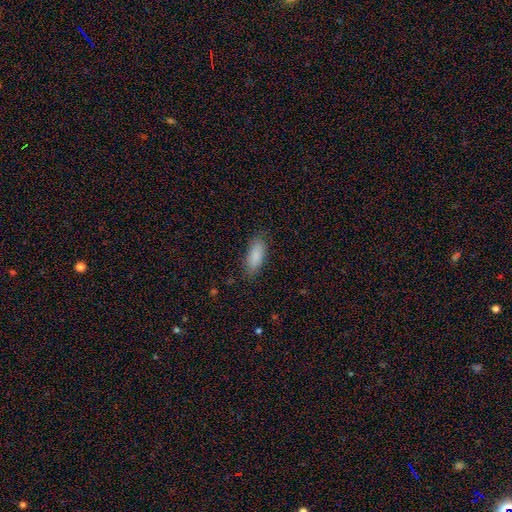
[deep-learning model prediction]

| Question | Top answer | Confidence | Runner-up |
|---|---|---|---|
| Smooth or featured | smooth | 88% | star or artifact (6%) |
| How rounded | in between | 78% | cigar-shaped (20%) |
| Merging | none | 84% | minor disturbance (12%) |